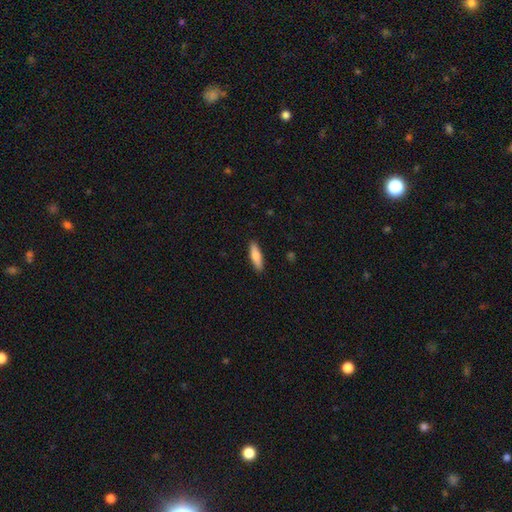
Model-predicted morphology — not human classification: A smooth galaxy with no disk features (75%) that is cigar-shaped (60%). Merging: none (90%).